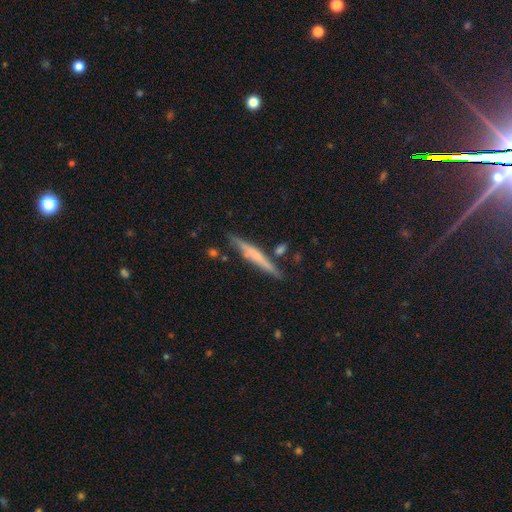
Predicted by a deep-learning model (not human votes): Smooth or featured: featured or disk — 52% (smooth — 43%)
Edge-on disk: yes — 96% (no — 4%)
Merging: none — 82% (minor disturbance — 11%)